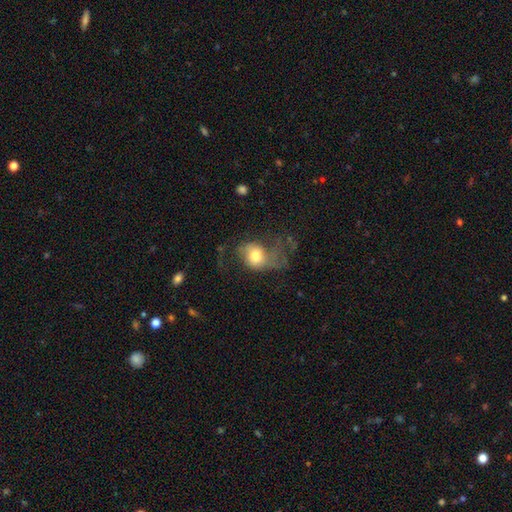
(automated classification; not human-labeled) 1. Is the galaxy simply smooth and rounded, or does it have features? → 56% smooth, 35% featured or disk, 9% star or artifact.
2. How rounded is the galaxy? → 50% in between, 48% round, 1% cigar-shaped.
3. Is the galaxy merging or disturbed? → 47% major disturbance, 29% none, 21% minor disturbance, 3% merger.